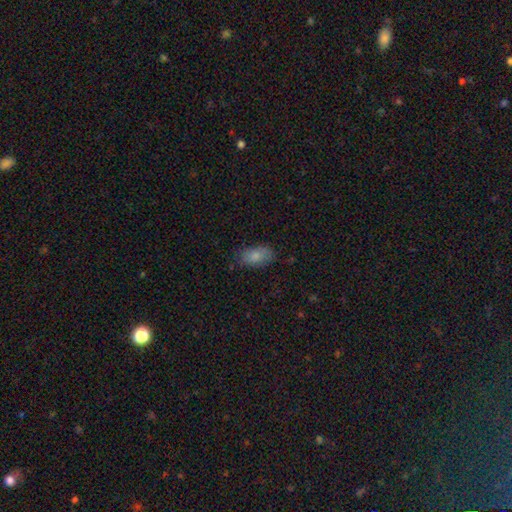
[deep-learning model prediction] A smooth galaxy with no disk features (83%) that is in between round and cigar-shaped (92%). Merging: none (75%).